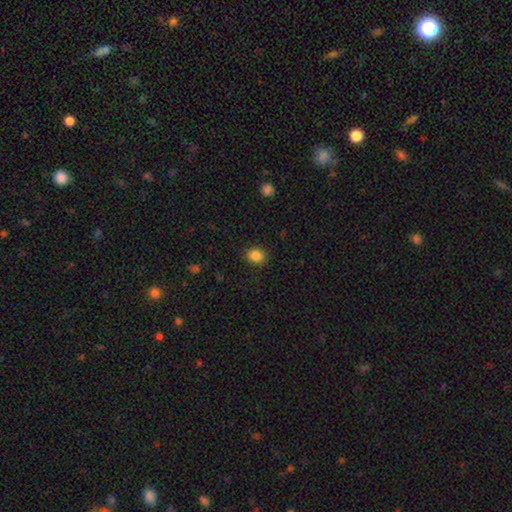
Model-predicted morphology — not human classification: type=smooth (86%); roundness=round (61%); merging=none (88%).